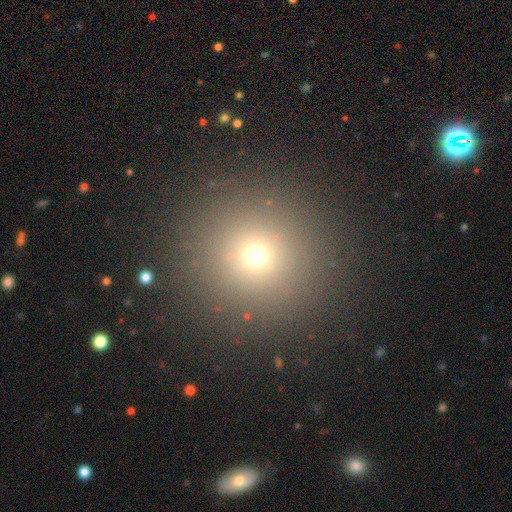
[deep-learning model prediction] A smooth galaxy with no disk features (66%) that is round (95%).

Vote fractions:
- Smooth or featured? smooth: 66% / star or artifact: 26% / featured or disk: 8%
- How rounded? round: 95% / in between: 4% / cigar-shaped: 1%
- Merging? none: 91% / minor disturbance: 5% / major disturbance: 3% / merger: 2%